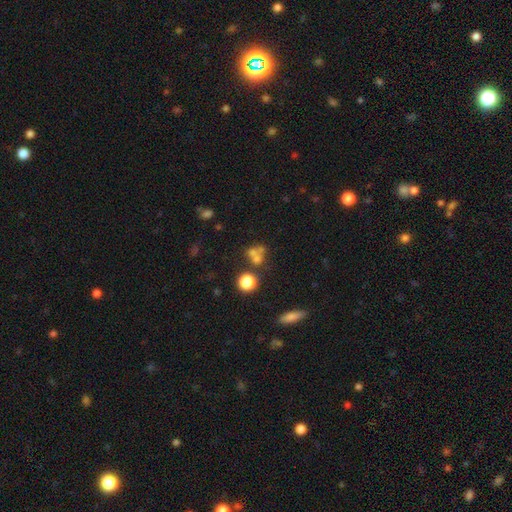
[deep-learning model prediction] smooth-or-featured: smooth: 61% | star or artifact: 21% | featured or disk: 18%
  how-rounded: round: 75% | in between: 23% | cigar-shaped: 2%
  merging: merger: 47% | none: 39% | minor disturbance: 8% | major disturbance: 6%